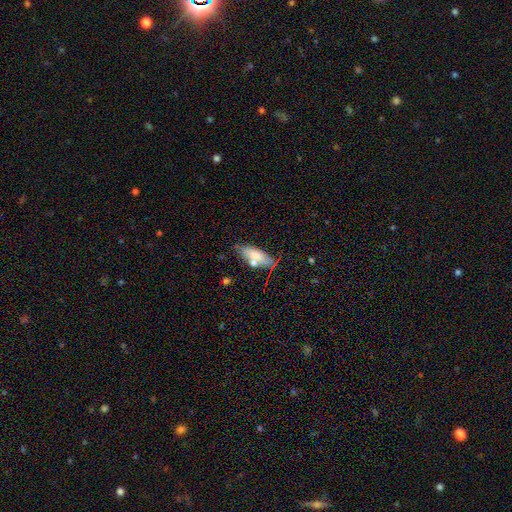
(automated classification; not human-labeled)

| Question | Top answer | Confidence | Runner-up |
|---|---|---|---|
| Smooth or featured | smooth | 69% | featured or disk (24%) |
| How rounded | in between | 68% | cigar-shaped (30%) |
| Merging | none | 57% | minor disturbance (23%) |